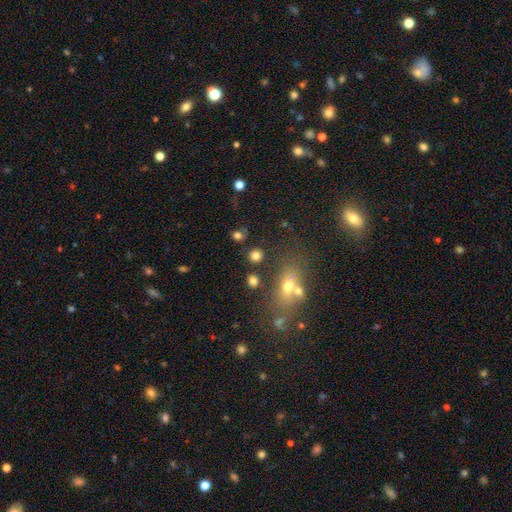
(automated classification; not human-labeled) A smooth galaxy with no disk features (79%) that is round (81%).

Vote fractions:
- Smooth or featured? smooth: 79% / star or artifact: 14% / featured or disk: 7%
- How rounded? round: 81% / in between: 17% / cigar-shaped: 2%
- Merging? none: 78% / merger: 9% / minor disturbance: 9% / major disturbance: 4%